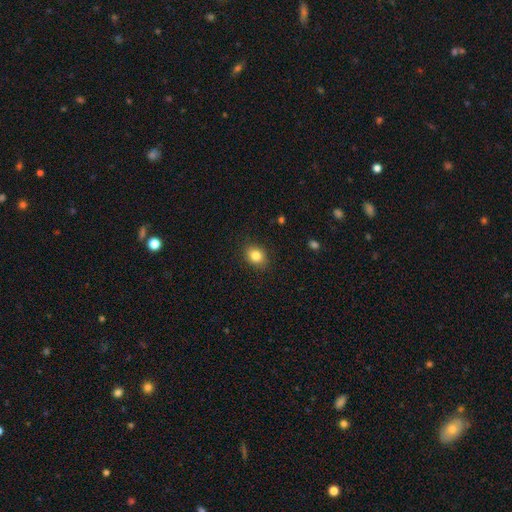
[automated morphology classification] Smooth or featured? smooth (84%)
How rounded? in between (52%)
Merging? none (88%)